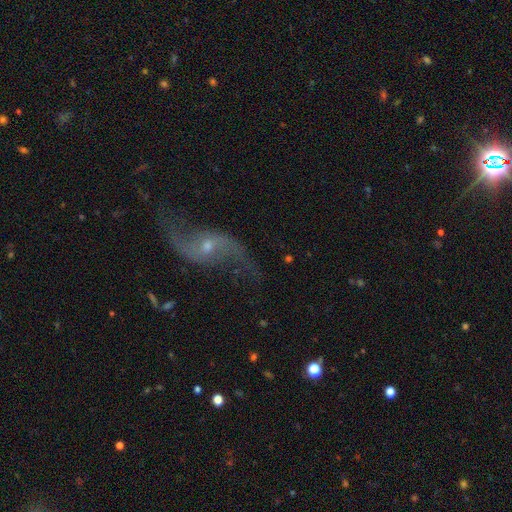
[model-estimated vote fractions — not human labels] A featured or disk galaxy (85%) with no bar (57%), 2 (93%) loose (88%) spiral arms (94%) and a small central bulge (65%). Merging: none (72%).